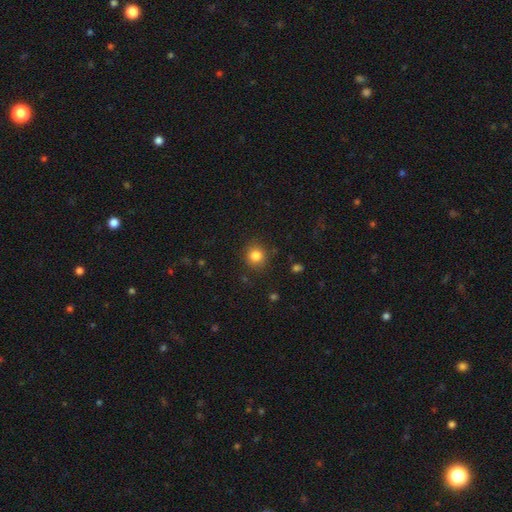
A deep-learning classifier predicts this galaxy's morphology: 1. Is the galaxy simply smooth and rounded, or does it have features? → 83% smooth, 11% star or artifact, 5% featured or disk.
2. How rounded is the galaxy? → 88% round, 11% in between, 1% cigar-shaped.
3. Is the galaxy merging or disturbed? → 86% none, 9% minor disturbance, 3% major disturbance, 1% merger.